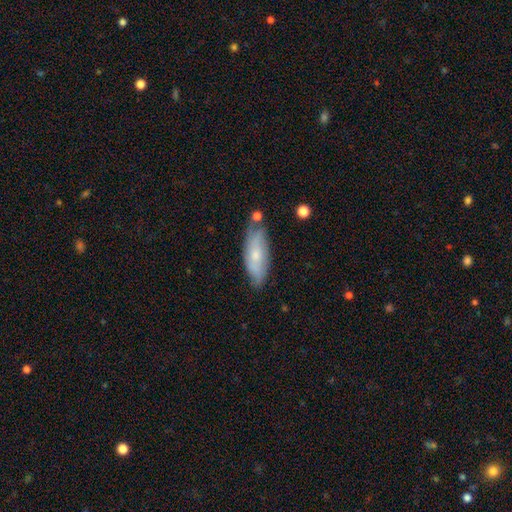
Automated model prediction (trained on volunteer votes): Smooth or featured? smooth (59%)
How rounded? in between (65%)
Merging? none (67%)